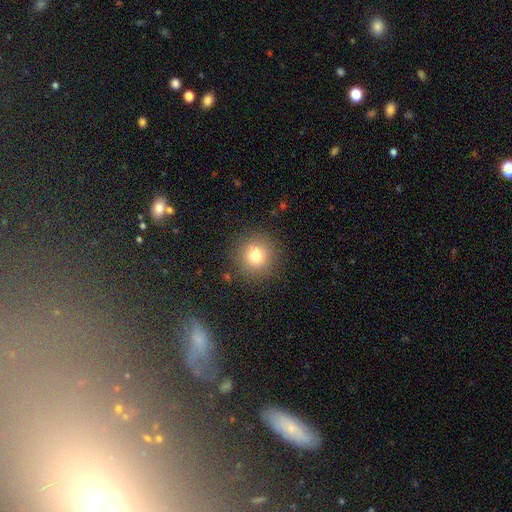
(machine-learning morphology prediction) Q: Smooth or featured?
A: smooth (76%); runner-up: star or artifact (14%)
Q: How rounded?
A: round (94%); runner-up: in between (5%)
Q: Merging?
A: none (88%); runner-up: minor disturbance (7%)